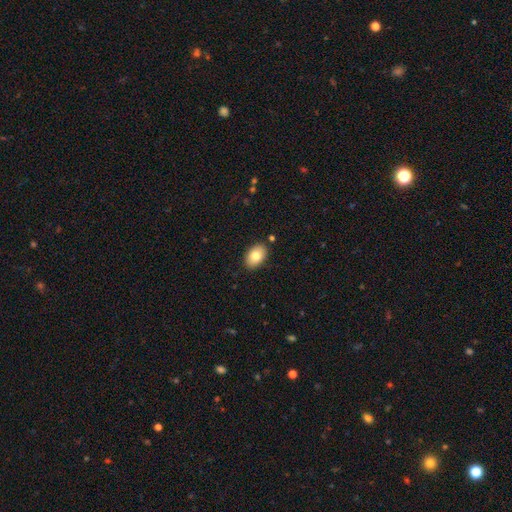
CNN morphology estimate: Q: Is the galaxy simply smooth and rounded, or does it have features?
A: smooth — 81%.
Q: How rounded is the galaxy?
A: in between — 87%.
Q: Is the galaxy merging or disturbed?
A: none — 88%.